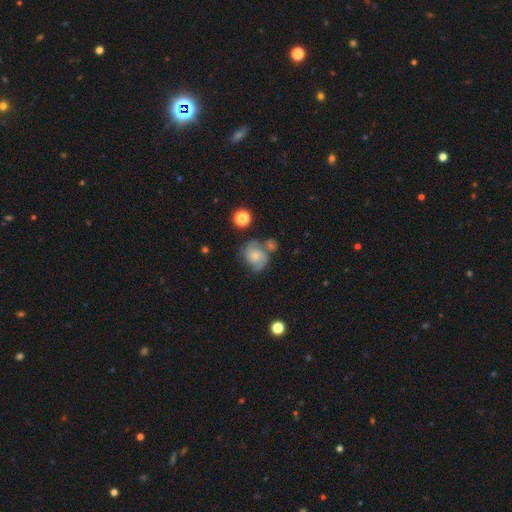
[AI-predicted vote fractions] Smooth or featured: featured or disk — 58% (smooth — 33%)
Edge-on disk: no — 98% (yes — 2%)
Bar: no — 75% (weak — 22%)
Spiral arms: yes — 86% (no — 14%)
Bulge size: small — 54% (moderate — 35%)
Merging: none — 46% (minor disturbance — 22%)